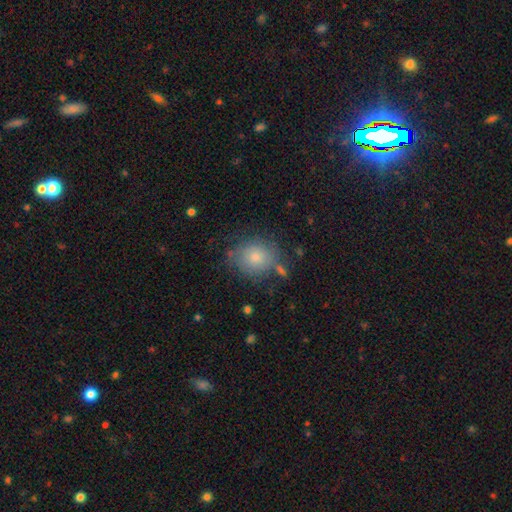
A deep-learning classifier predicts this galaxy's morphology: Smooth or featured? smooth (76%)
How rounded? round (75%)
Merging? none (72%)